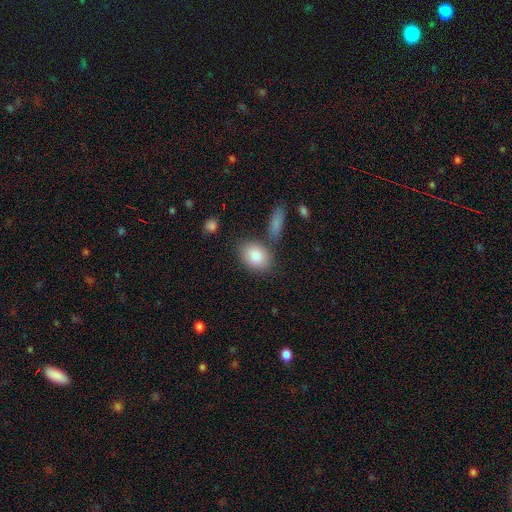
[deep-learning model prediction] Morphology: type=smooth (85%); roundness=in between (70%); merging=none (69%).